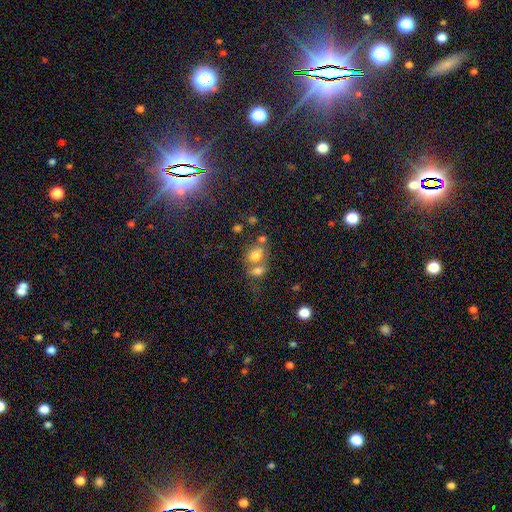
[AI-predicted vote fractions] A smooth galaxy with no disk features (70%) that is in between round and cigar-shaped (53%). Merging: merger (56%).